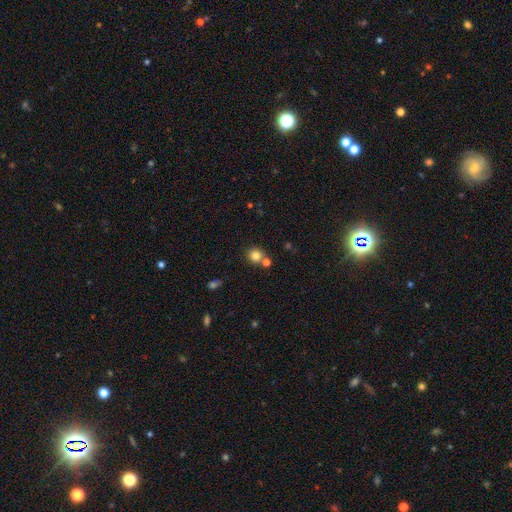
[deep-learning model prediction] Smooth or featured?
  - smooth: 81% *
  - star or artifact: 12%
  - featured or disk: 6%
How rounded?
  - round: 89% *
  - in between: 10%
  - cigar-shaped: 1%
Merging?
  - none: 67% *
  - merger: 21%
  - minor disturbance: 9%
  - major disturbance: 3%